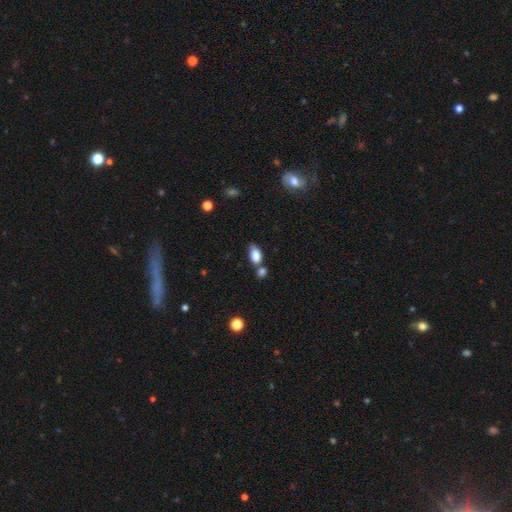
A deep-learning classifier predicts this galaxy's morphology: Smooth or featured?
  - smooth: 83% *
  - star or artifact: 9%
  - featured or disk: 8%
How rounded?
  - in between: 87% *
  - round: 11%
  - cigar-shaped: 3%
Merging?
  - none: 48% *
  - merger: 26%
  - minor disturbance: 21%
  - major disturbance: 6%